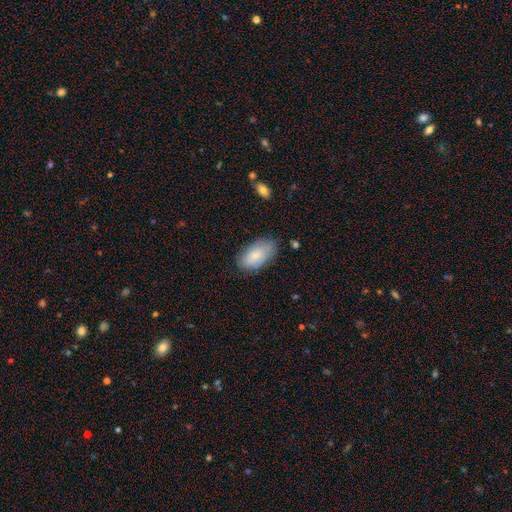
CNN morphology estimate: Smooth or featured? smooth (74%)
How rounded? in between (94%)
Merging? none (77%)